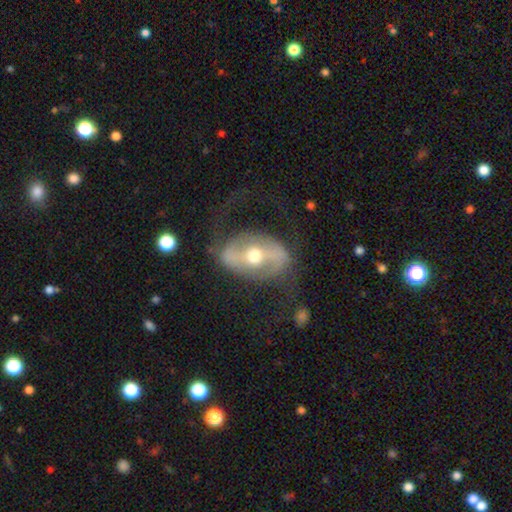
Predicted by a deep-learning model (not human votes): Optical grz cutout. It shows a featured or disk galaxy (79%) with a strong bar (55%), 2 (86%) loose (51%) spiral arms (74%) and a moderate central bulge (74%). Merging: none (62%).